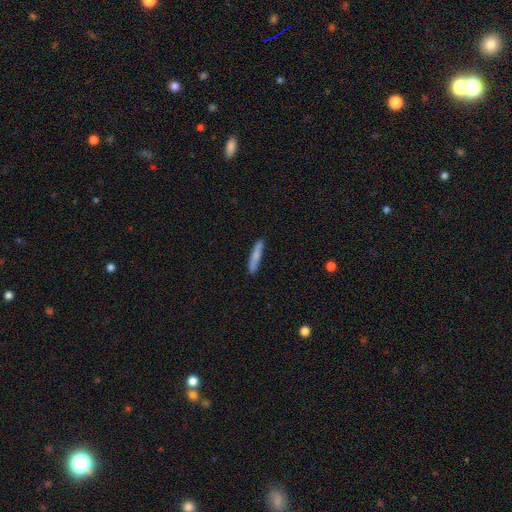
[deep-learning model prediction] smooth 75%, featured or disk 19%, star or artifact 6%. Down the decision tree: how rounded — cigar-shaped (92%); merging — none (85%).